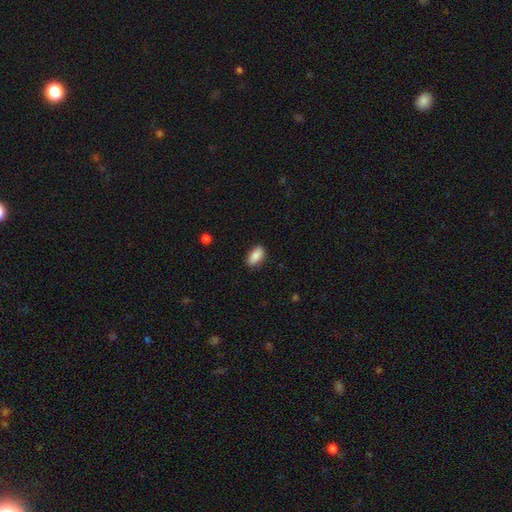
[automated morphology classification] This appears to be a smooth galaxy with no disk features (88%) that is in between round and cigar-shaped (92%). Merging: none (85%).